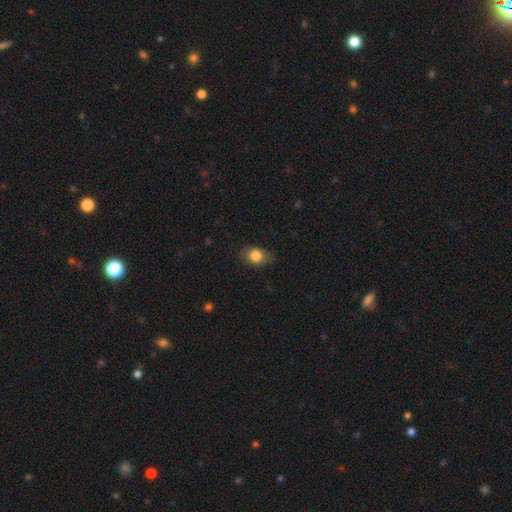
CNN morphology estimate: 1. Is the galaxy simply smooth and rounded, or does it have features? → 83% smooth, 9% featured or disk, 8% star or artifact.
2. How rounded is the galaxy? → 58% in between, 40% round, 2% cigar-shaped.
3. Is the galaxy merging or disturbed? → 74% none, 20% minor disturbance, 5% major disturbance, 1% merger.